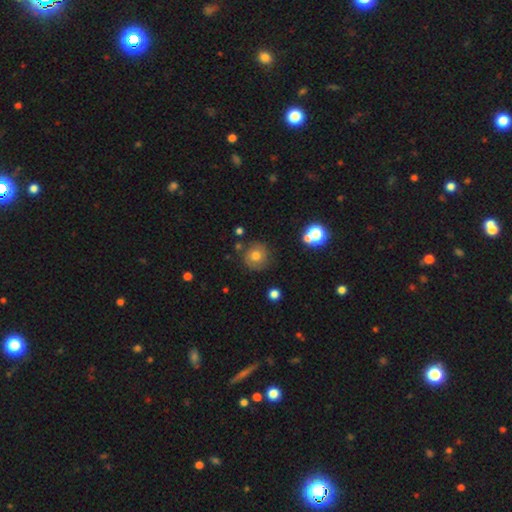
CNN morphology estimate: Smooth or featured: smooth — 68% (featured or disk — 18%)
How rounded: round — 92% (in between — 7%)
Merging: none — 81% (minor disturbance — 12%)